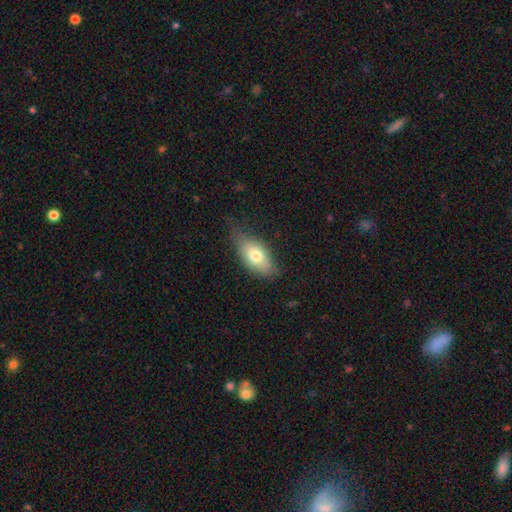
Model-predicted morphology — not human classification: type=smooth (73%); roundness=in between (88%); merging=none (63%).